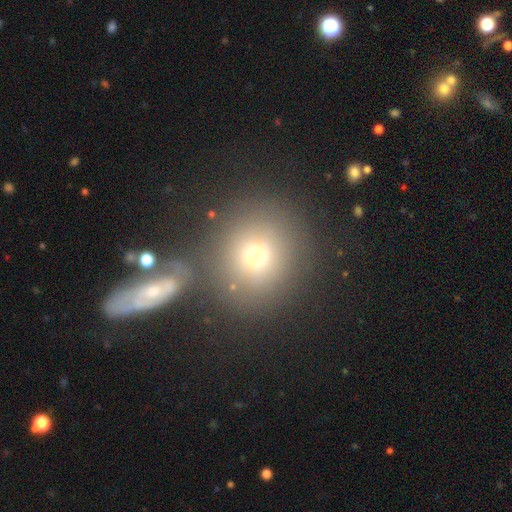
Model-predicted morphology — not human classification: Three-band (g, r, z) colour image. It shows a smooth galaxy with no disk features (69%) that is round (86%). Merging: none (71%).